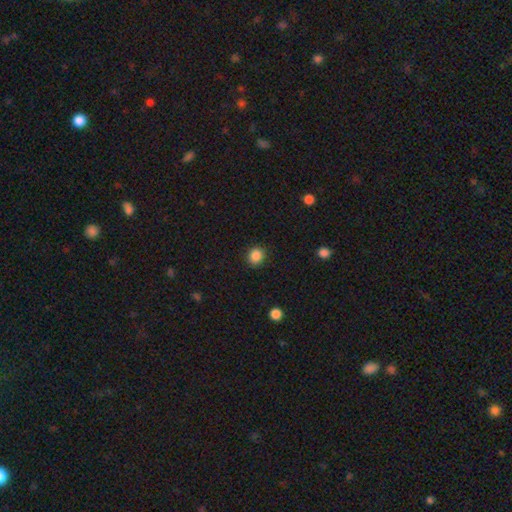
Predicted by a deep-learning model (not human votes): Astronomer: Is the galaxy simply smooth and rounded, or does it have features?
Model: smooth — 87%.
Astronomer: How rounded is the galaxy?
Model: round — 81%.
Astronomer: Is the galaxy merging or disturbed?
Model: none — 90%.